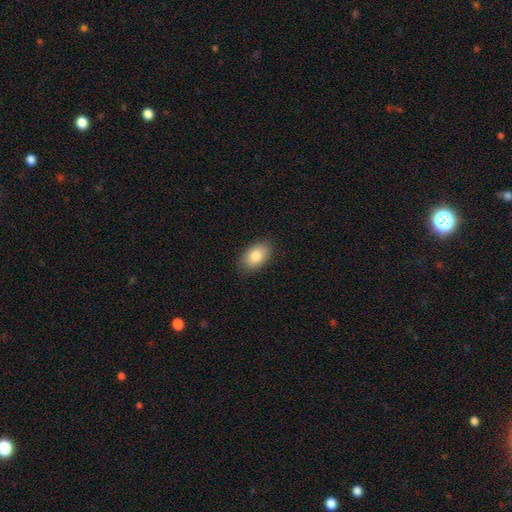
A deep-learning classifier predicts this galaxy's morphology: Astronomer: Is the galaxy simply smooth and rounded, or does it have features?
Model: smooth — 85%.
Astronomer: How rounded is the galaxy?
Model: in between — 91%.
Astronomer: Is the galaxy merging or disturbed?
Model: none — 86%.